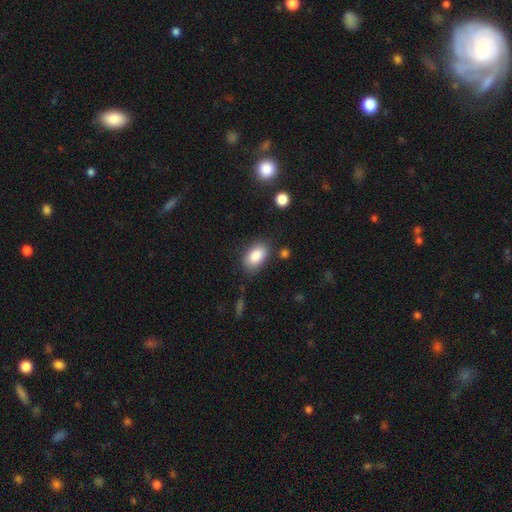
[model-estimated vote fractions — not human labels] Smooth or featured? Predicted: smooth (p=0.86). How rounded? Predicted: in between (p=0.90). Merging? Predicted: none (p=0.78).